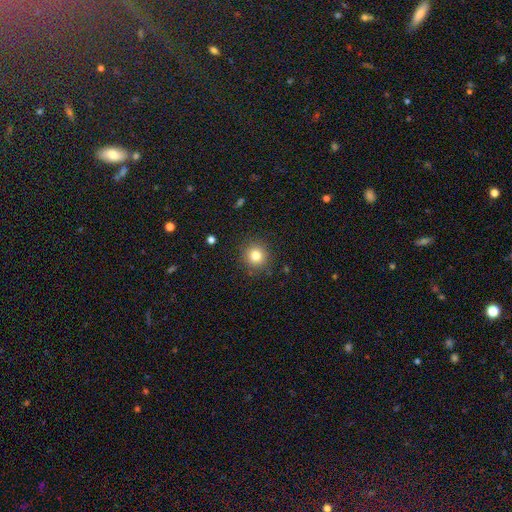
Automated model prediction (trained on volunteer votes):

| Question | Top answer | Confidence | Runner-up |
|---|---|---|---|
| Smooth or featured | smooth | 80% | star or artifact (13%) |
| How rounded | round | 92% | in between (7%) |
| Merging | none | 89% | minor disturbance (7%) |